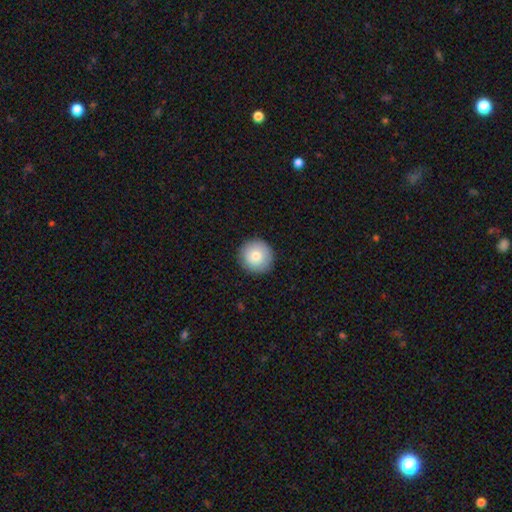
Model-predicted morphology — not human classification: Smooth or featured? Predicted: smooth (p=0.80). How rounded? Predicted: round (p=0.95). Merging? Predicted: none (p=0.91).